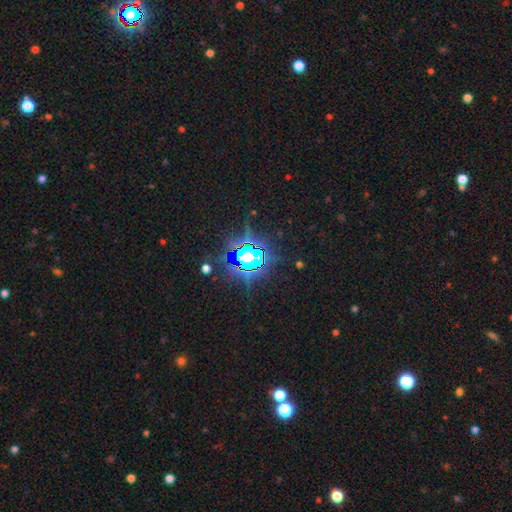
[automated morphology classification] Smooth or featured? star or artifact (80%)